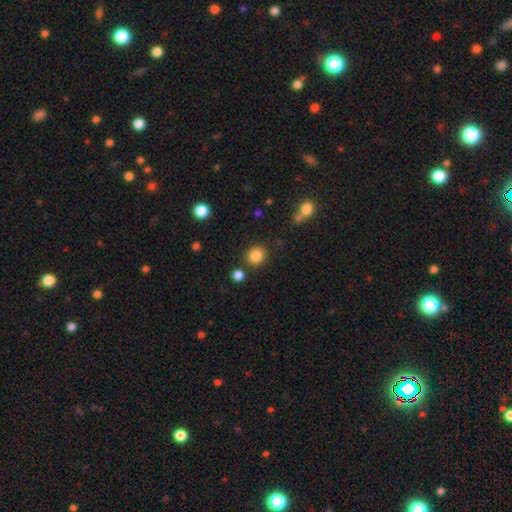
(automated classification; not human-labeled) Q: Smooth or featured?
A: smooth (85%); runner-up: star or artifact (11%)
Q: How rounded?
A: round (88%); runner-up: in between (11%)
Q: Merging?
A: none (85%); runner-up: minor disturbance (7%)